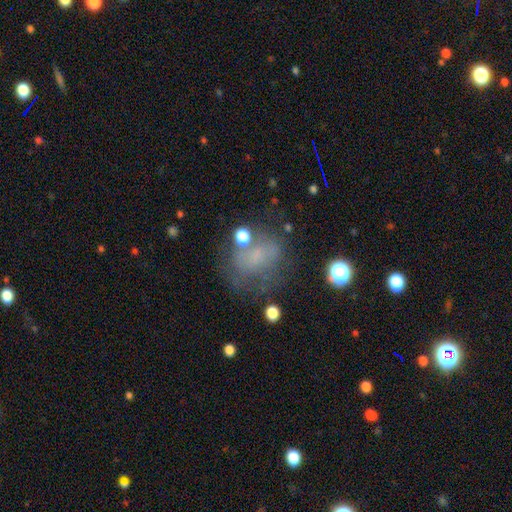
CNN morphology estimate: Smooth or featured? Predicted: smooth (p=0.44). Merging? Predicted: none (p=0.47).